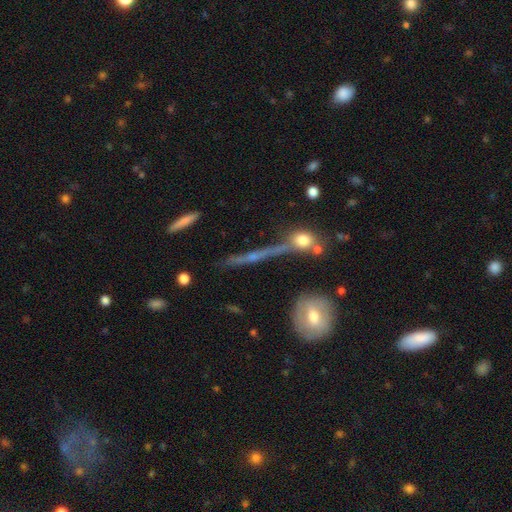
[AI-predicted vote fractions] Q: Smooth or featured?
A: featured or disk (56%); runner-up: smooth (26%)
Q: Edge-on disk?
A: yes (80%); runner-up: no (20%)
Q: Merging?
A: none (67%); runner-up: minor disturbance (14%)